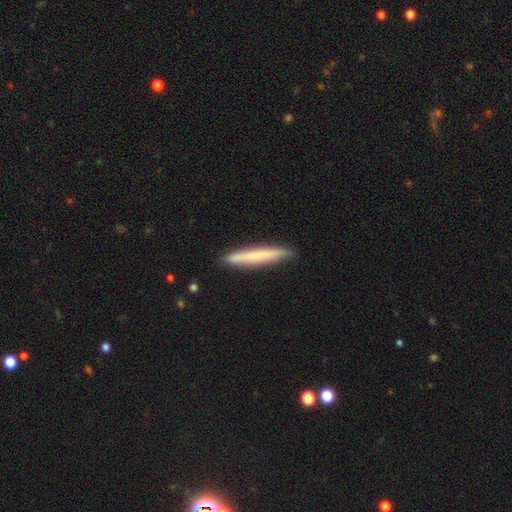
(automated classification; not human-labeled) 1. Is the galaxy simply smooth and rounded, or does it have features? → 66% smooth, 29% featured or disk, 6% star or artifact.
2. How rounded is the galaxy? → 96% cigar-shaped, 3% in between, 1% round.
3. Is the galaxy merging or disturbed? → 90% none, 8% minor disturbance, 1% major disturbance, 1% merger.